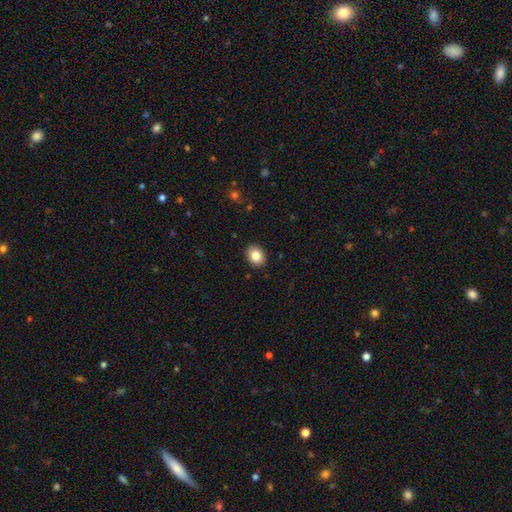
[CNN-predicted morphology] smooth 84%, star or artifact 9%, featured or disk 7%. Down the decision tree: how rounded — in between (51%); merging — none (91%).